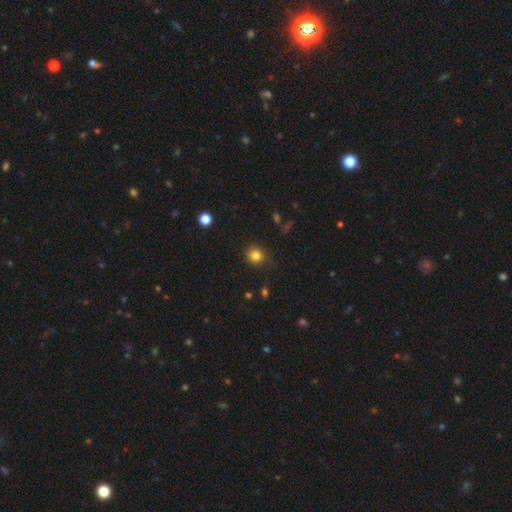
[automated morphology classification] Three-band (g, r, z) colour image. It shows a smooth galaxy with no disk features (82%) that is round (86%). Merging: none (84%).